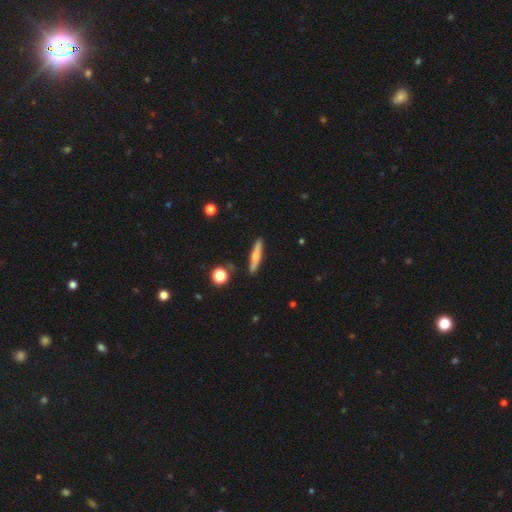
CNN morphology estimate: smooth 56%, featured or disk 38%, star or artifact 7%. Down the decision tree: how rounded — cigar-shaped (89%); merging — none (86%).